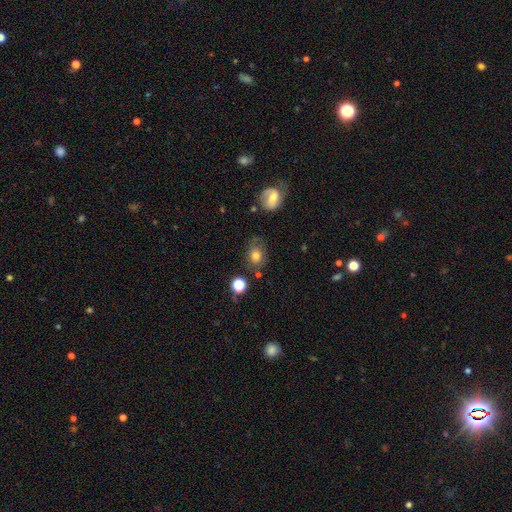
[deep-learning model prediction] smooth-or-featured: smooth: 71% | featured or disk: 18% | star or artifact: 11%
  how-rounded: round: 54% | in between: 45% | cigar-shaped: 1%
  merging: none: 60% | minor disturbance: 24% | major disturbance: 11% | merger: 5%